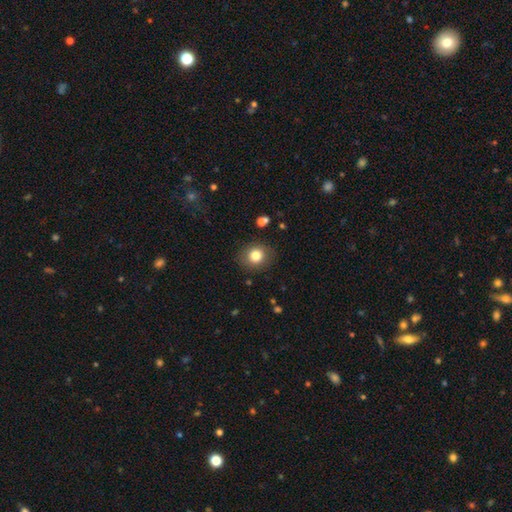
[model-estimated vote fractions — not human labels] This is clearly a smooth galaxy (81%). How rounded: likely round (76%). Merging: clearly none (86%).